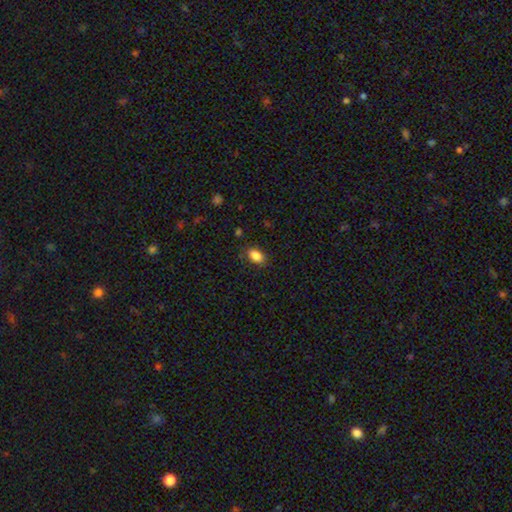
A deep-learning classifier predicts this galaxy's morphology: smooth-or-featured: smooth: 87% | star or artifact: 8% | featured or disk: 4%
  how-rounded: in between: 90% | round: 8% | cigar-shaped: 2%
  merging: none: 86% | minor disturbance: 10% | major disturbance: 3% | merger: 1%